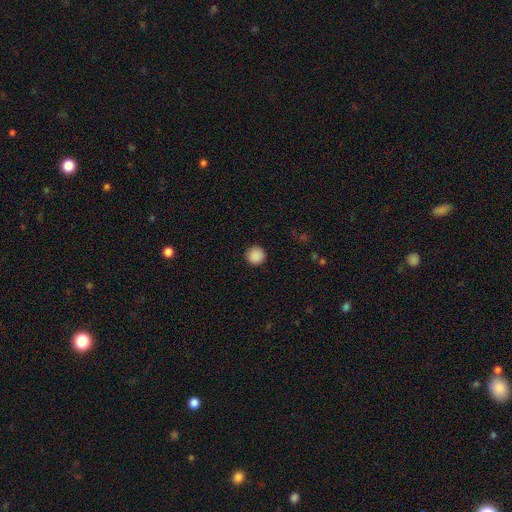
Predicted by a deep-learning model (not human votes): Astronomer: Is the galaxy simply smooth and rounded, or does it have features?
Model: smooth — 89%.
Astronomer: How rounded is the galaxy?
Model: round — 96%.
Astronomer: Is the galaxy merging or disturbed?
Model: none — 93%.